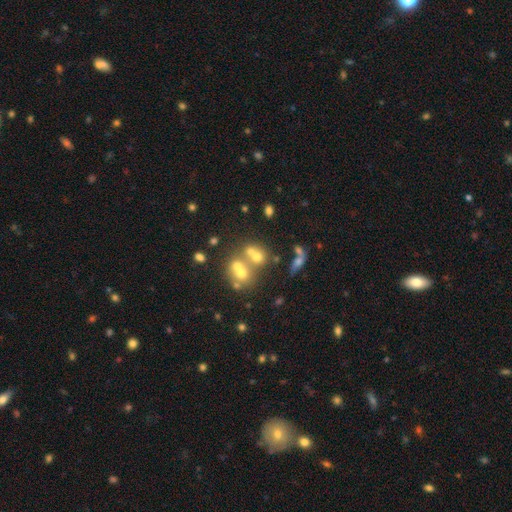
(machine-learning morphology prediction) smooth-or-featured: smooth: 51% | featured or disk: 30% | star or artifact: 19%
  how-rounded: round: 64% | in between: 34% | cigar-shaped: 2%
  merging: merger: 49% | none: 36% | minor disturbance: 9% | major disturbance: 6%